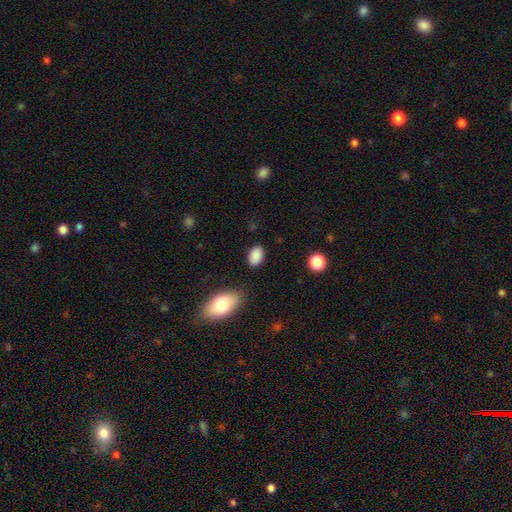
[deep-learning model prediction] This is clearly a smooth galaxy (88%). How rounded: clearly in between (88%). Merging: clearly none (83%).